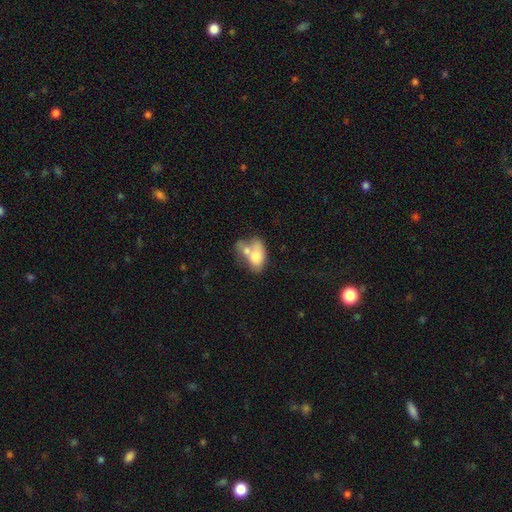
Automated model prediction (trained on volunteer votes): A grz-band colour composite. It shows a smooth galaxy with no disk features (68%) that is in between round and cigar-shaped (86%). Merging: merger (63%).